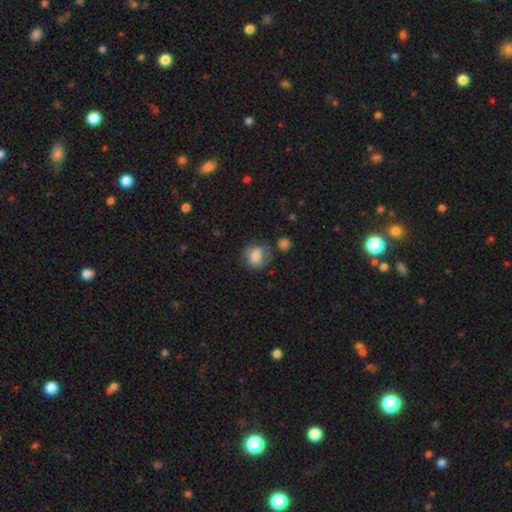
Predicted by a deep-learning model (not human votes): This appears to be a smooth galaxy with no disk features (72%) that is round (65%). Merging: none (62%).